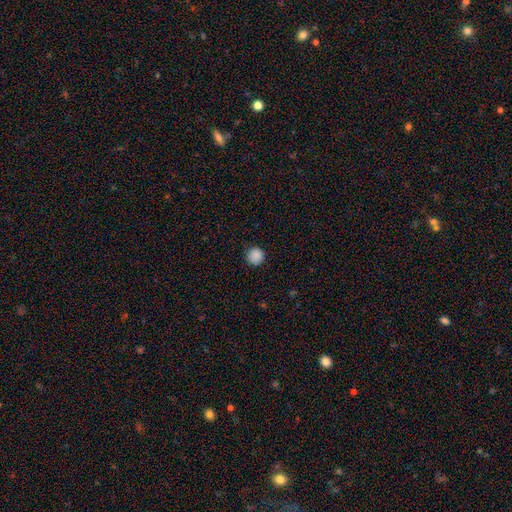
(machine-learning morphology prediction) Smooth or featured?
  - smooth: 88% *
  - star or artifact: 10%
  - featured or disk: 2%
How rounded?
  - round: 94% *
  - in between: 5%
  - cigar-shaped: 1%
Merging?
  - none: 90% *
  - minor disturbance: 7%
  - major disturbance: 2%
  - merger: 1%